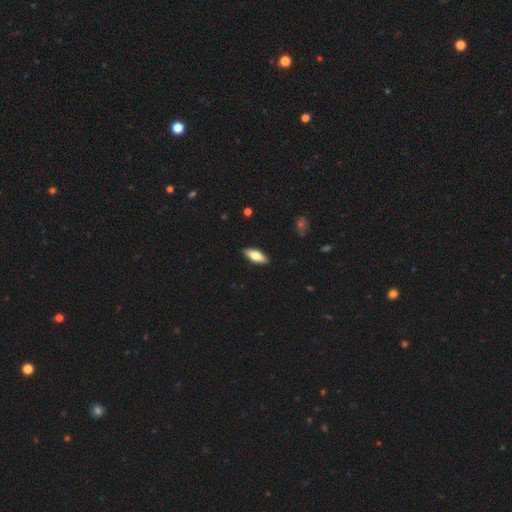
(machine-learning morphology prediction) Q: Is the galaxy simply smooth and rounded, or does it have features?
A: smooth — 73%.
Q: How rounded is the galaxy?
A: in between — 70%.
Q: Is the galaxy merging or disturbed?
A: none — 89%.